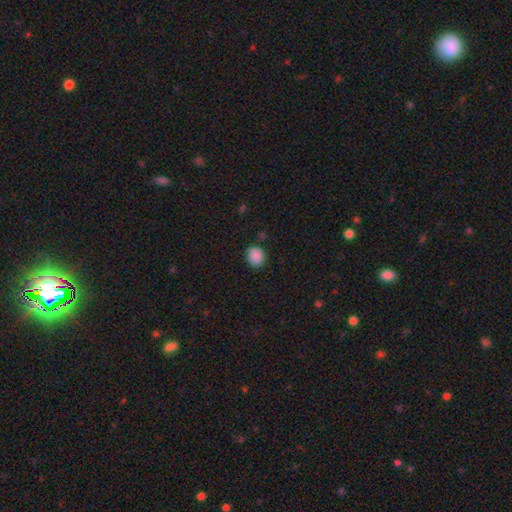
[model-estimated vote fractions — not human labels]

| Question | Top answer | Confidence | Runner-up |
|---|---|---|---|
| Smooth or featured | smooth | 88% | star or artifact (9%) |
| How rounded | round | 69% | in between (30%) |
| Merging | none | 81% | minor disturbance (14%) |